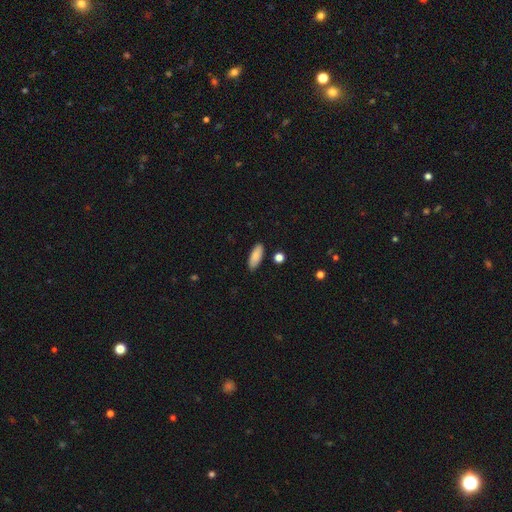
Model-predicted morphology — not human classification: Overall: smooth (87%). How rounded: in between (78%). Merging: none (87%).